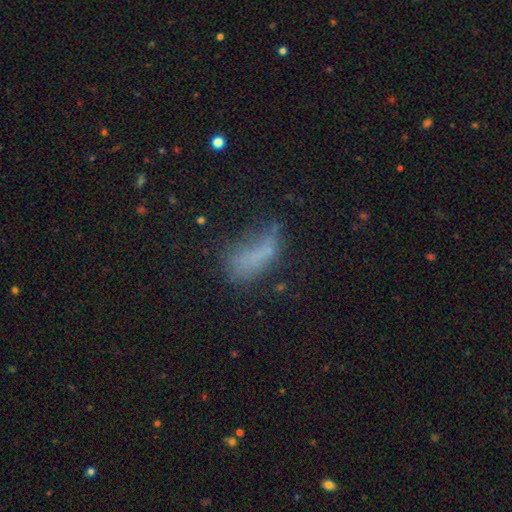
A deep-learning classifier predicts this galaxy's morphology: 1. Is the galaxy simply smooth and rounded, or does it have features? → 60% smooth, 23% featured or disk, 16% star or artifact.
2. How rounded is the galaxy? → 74% in between, 22% cigar-shaped, 4% round.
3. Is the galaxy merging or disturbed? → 35% none, 30% major disturbance, 28% minor disturbance, 7% merger.